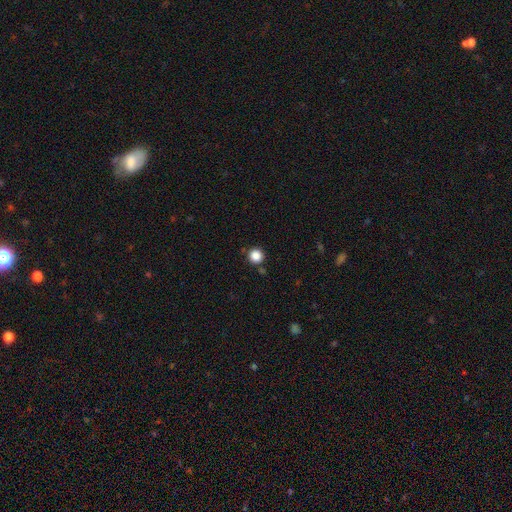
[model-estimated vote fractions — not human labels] This appears to be a smooth galaxy with no disk features (86%) that is round (95%). Merging: none (88%).